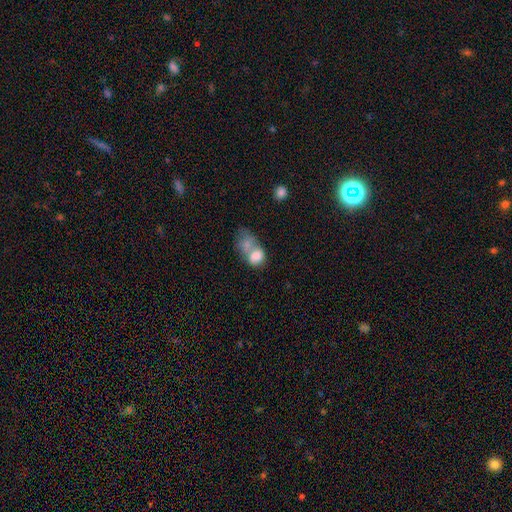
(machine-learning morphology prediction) A smooth galaxy with no disk features (74%) that is in between round and cigar-shaped (66%). Merging: merger (70%).